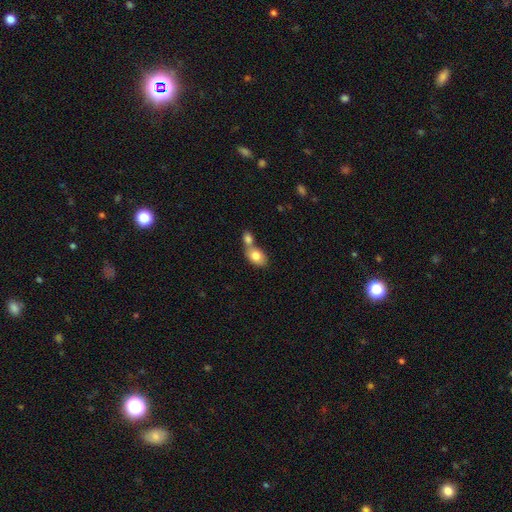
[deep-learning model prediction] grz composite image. It shows a smooth galaxy with no disk features (80%) that is in between round and cigar-shaped (79%). Merging: merger (59%).